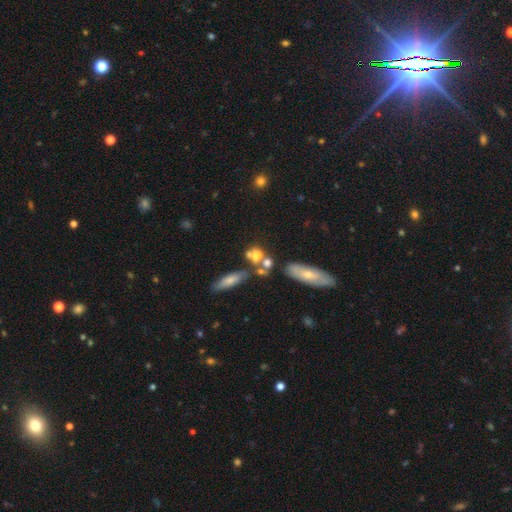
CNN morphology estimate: The model was most divided on "how rounded": in between: 48%, round: 41%, cigar-shaped: 11%. Remaining: smooth or featured — smooth (63%); merging — merger (43%).